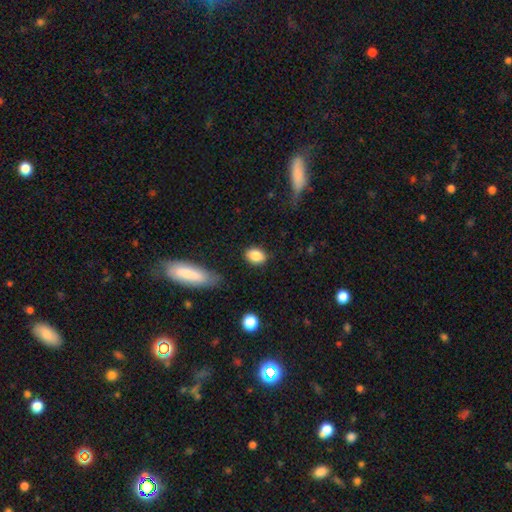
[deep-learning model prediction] This is clearly a smooth galaxy (86%). How rounded: likely in between (67%). Merging: clearly none (82%).